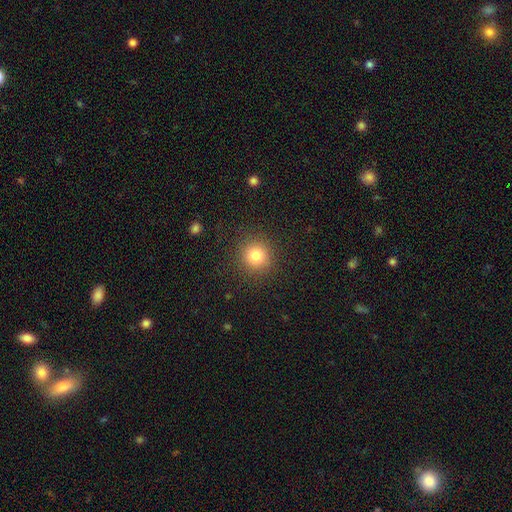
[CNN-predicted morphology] Smooth or featured?
  - smooth: 81% *
  - star or artifact: 12%
  - featured or disk: 7%
How rounded?
  - round: 93% *
  - in between: 6%
  - cigar-shaped: 1%
Merging?
  - none: 89% *
  - minor disturbance: 7%
  - major disturbance: 3%
  - merger: 1%